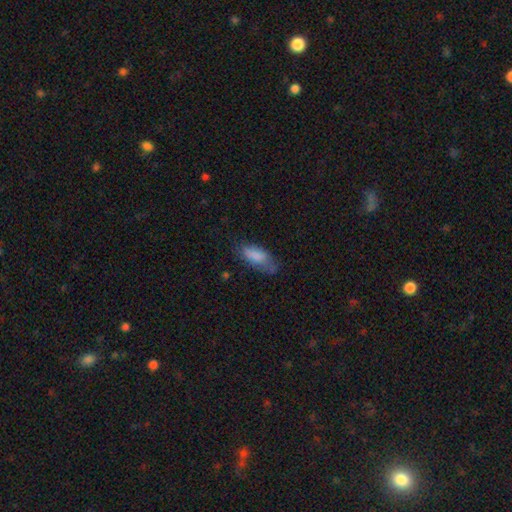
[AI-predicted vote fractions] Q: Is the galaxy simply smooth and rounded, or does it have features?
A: smooth — 81%.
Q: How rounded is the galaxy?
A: in between — 84%.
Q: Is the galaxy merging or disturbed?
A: none — 54%.